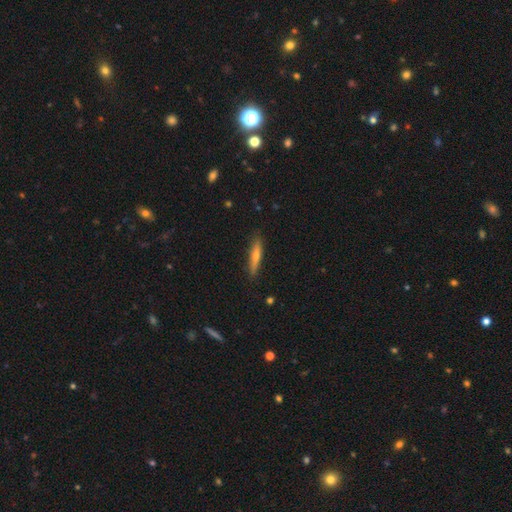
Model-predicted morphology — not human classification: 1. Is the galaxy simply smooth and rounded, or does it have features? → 50% smooth, 44% featured or disk, 7% star or artifact.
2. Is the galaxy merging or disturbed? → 88% none, 9% minor disturbance, 2% major disturbance, 1% merger.